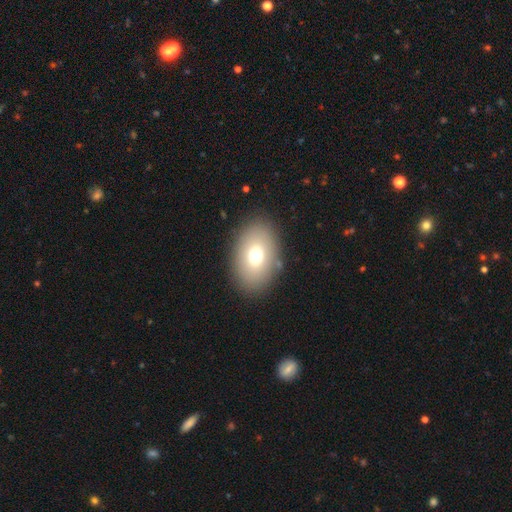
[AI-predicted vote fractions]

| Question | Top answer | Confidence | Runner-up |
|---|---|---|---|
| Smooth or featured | smooth | 72% | featured or disk (18%) |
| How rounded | in between | 85% | round (14%) |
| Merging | none | 86% | minor disturbance (9%) |